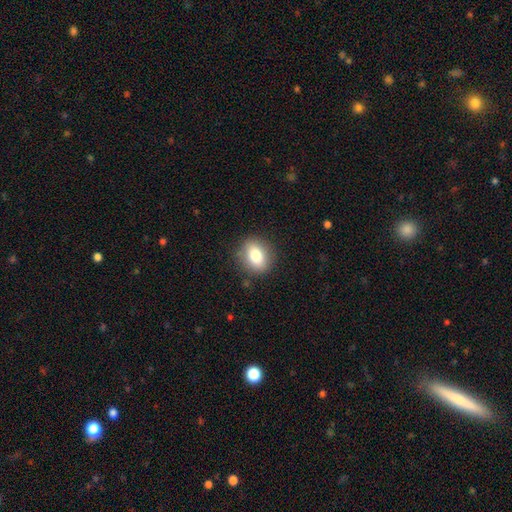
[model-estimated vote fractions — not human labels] This appears to be a smooth galaxy with no disk features (81%) that is in between round and cigar-shaped (56%). Merging: none (86%).